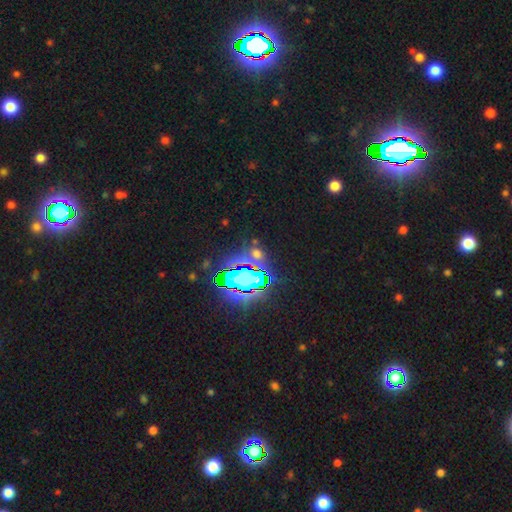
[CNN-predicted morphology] smooth_or_featured: star or artifact (p=0.73) [alt: smooth p=0.16]